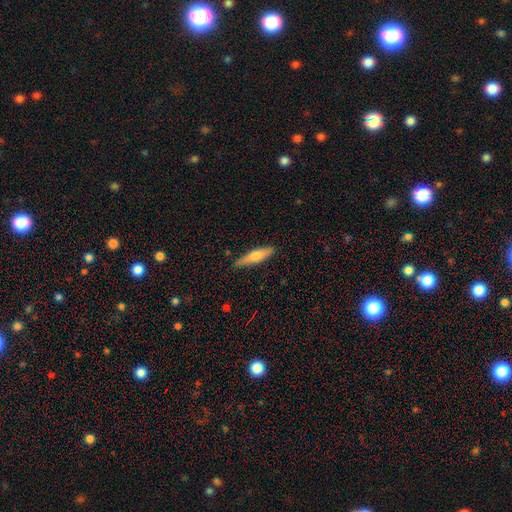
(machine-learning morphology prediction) smooth_or_featured: smooth (p=0.58) [alt: featured or disk p=0.37]
how_rounded: cigar-shaped (p=0.75) [alt: in between p=0.24]
merging: none (p=0.84) [alt: minor disturbance p=0.12]